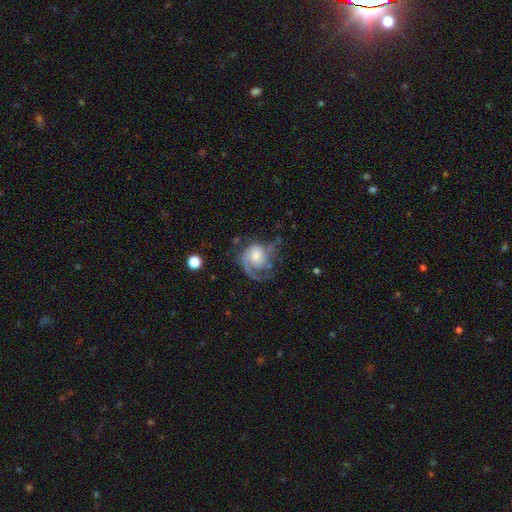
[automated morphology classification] Q: Smooth or featured?
A: featured or disk (79%); runner-up: smooth (15%)
Q: Edge-on disk?
A: no (98%); runner-up: yes (2%)
Q: Bar?
A: no (72%); runner-up: weak (24%)
Q: Spiral arms?
A: yes (94%); runner-up: no (6%)
Q: Spiral winding?
A: medium (41%); runner-up: tight (35%)
Q: Spiral arm count?
A: 1 (60%); runner-up: 2 (24%)
Q: Bulge size?
A: moderate (43%); runner-up: small (37%)
Q: Merging?
A: none (50%); runner-up: major disturbance (27%)